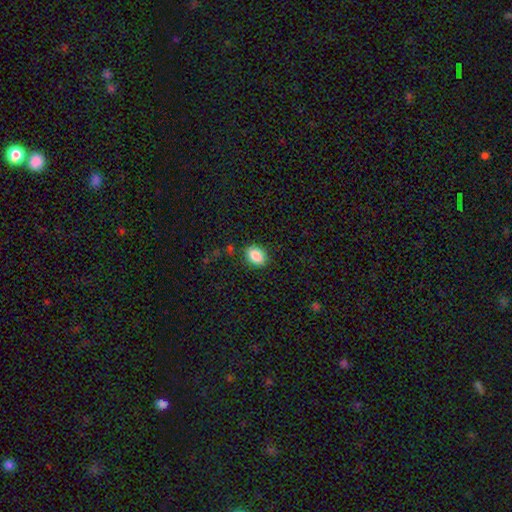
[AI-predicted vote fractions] smooth_or_featured: smooth (p=0.87) [alt: star or artifact p=0.08]
how_rounded: in between (p=0.68) [alt: round p=0.31]
merging: none (p=0.86) [alt: minor disturbance p=0.10]